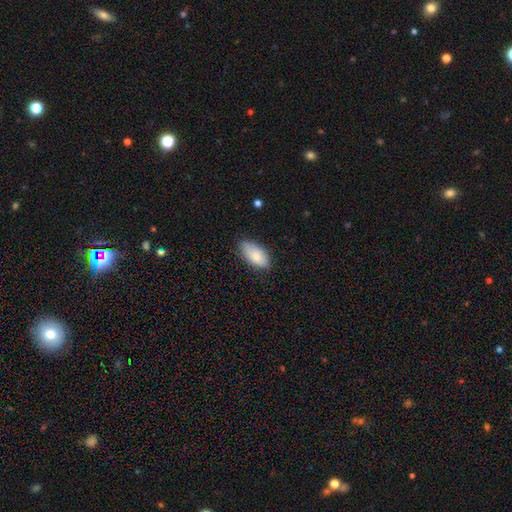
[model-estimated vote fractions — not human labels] Morphology: type=smooth (86%); roundness=in between (93%); merging=none (78%).